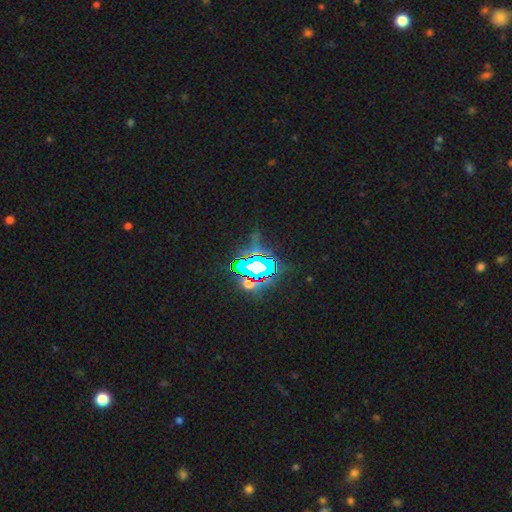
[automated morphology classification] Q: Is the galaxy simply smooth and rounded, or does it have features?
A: star or artifact — 77%.